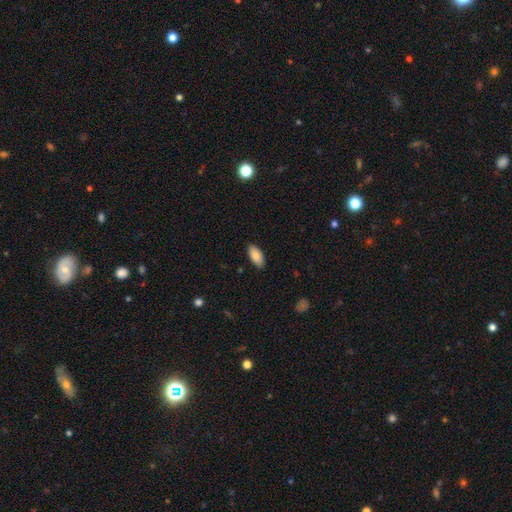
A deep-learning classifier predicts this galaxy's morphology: This appears to be a smooth galaxy with no disk features (86%) that is in between round and cigar-shaped (92%). Merging: none (88%).